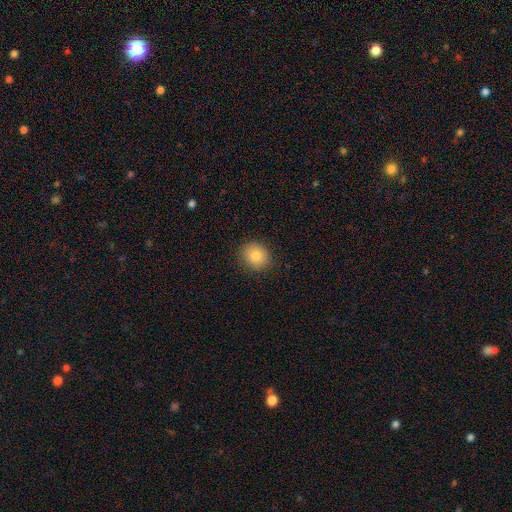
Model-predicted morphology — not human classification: Smooth or featured: smooth — 80% (star or artifact — 11%)
How rounded: round — 79% (in between — 20%)
Merging: none — 90% (minor disturbance — 7%)